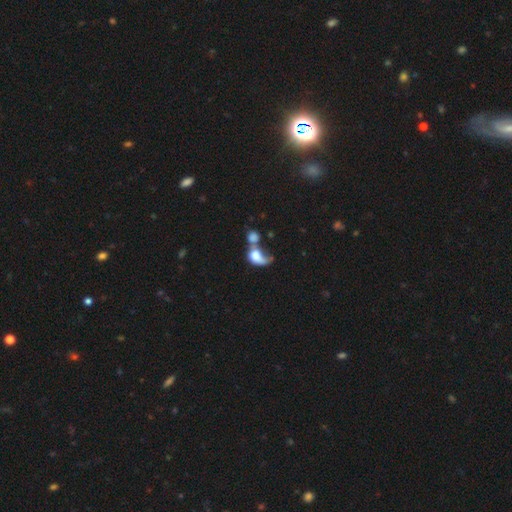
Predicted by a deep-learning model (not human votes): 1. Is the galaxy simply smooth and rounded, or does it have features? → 57% smooth, 34% featured or disk, 9% star or artifact.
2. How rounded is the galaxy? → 62% in between, 34% round, 3% cigar-shaped.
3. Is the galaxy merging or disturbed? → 59% merger, 21% major disturbance, 12% none, 8% minor disturbance.